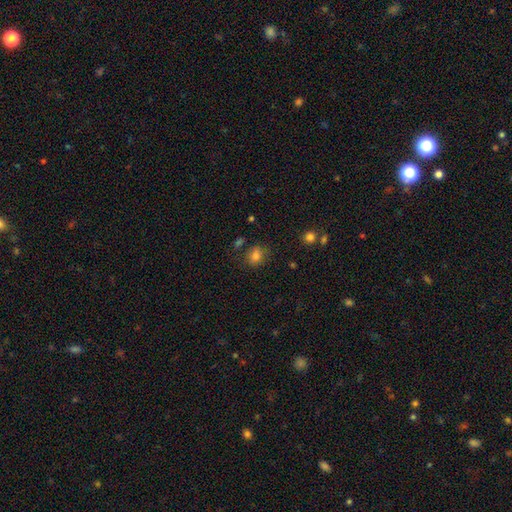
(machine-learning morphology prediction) A smooth galaxy with no disk features (81%) that is round (54%).

Vote fractions:
- Smooth or featured? smooth: 81% / star or artifact: 12% / featured or disk: 7%
- How rounded? round: 54% / in between: 45% / cigar-shaped: 1%
- Merging? none: 76% / minor disturbance: 15% / merger: 5% / major disturbance: 5%